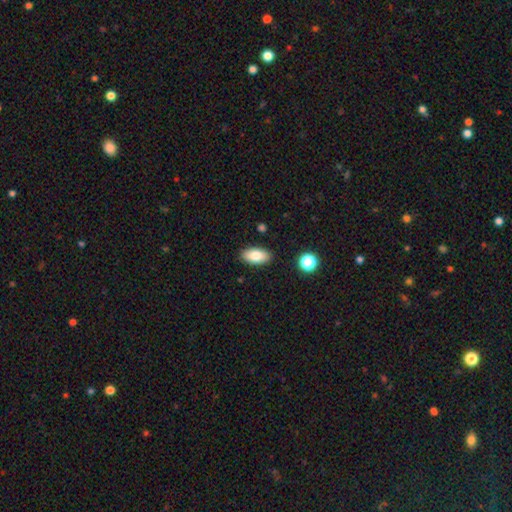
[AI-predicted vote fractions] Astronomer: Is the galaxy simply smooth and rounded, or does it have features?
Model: smooth — 83%.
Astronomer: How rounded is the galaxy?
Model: in between — 93%.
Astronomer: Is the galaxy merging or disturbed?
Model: none — 88%.